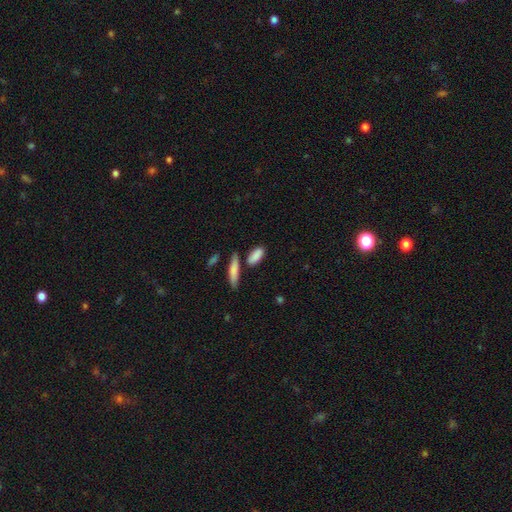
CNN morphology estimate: Smooth or featured: smooth — 85% (featured or disk — 8%)
How rounded: in between — 73% (cigar-shaped — 24%)
Merging: none — 70% (minor disturbance — 14%)